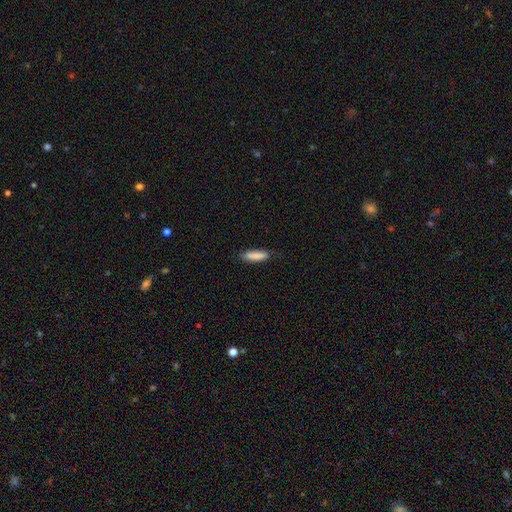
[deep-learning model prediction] smooth-or-featured: smooth: 86% | featured or disk: 8% | star or artifact: 6%
  how-rounded: cigar-shaped: 68% | in between: 30% | round: 2%
  merging: none: 78% | minor disturbance: 18% | major disturbance: 3% | merger: 1%